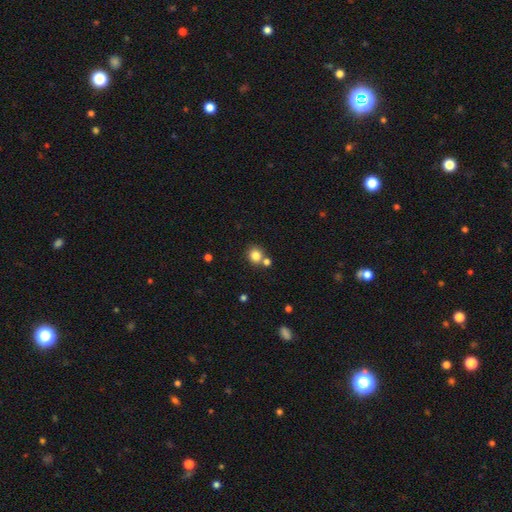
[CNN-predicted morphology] smooth_or_featured: smooth (p=0.82) [alt: star or artifact p=0.12]
how_rounded: round (p=0.84) [alt: in between p=0.16]
merging: none (p=0.65) [alt: merger p=0.23]